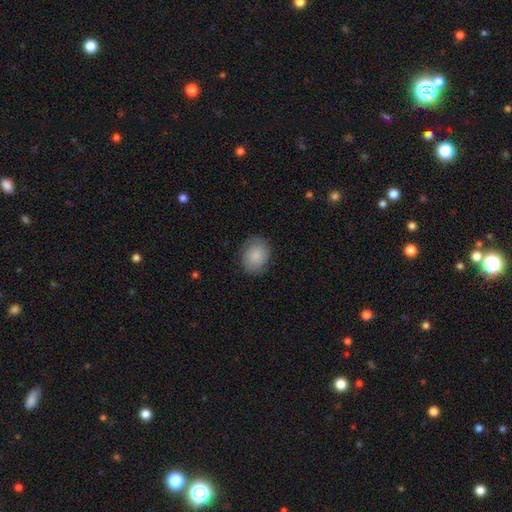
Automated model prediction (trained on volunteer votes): Smooth or featured: smooth — 82% (featured or disk — 12%)
How rounded: round — 54% (in between — 45%)
Merging: none — 81% (minor disturbance — 14%)